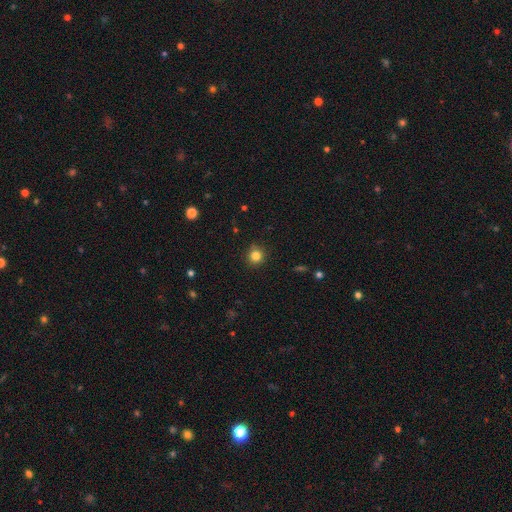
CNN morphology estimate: This is clearly a smooth galaxy (82%). How rounded: clearly round (92%). Merging: clearly none (89%).